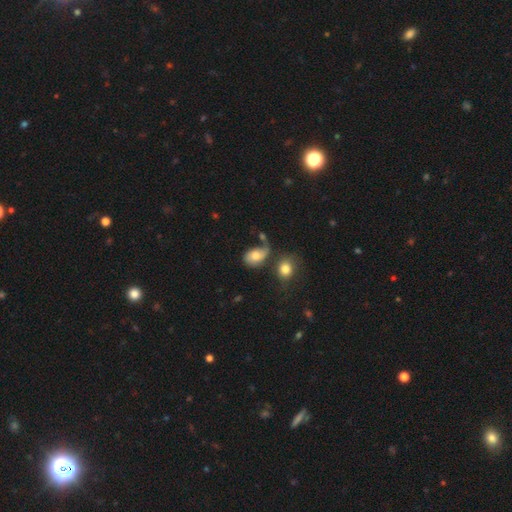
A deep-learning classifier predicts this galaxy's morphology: smooth_or_featured: smooth (p=0.62) [alt: featured or disk p=0.29]
how_rounded: in between (p=0.77) [alt: round p=0.21]
merging: none (p=0.30) [alt: major disturbance p=0.29]